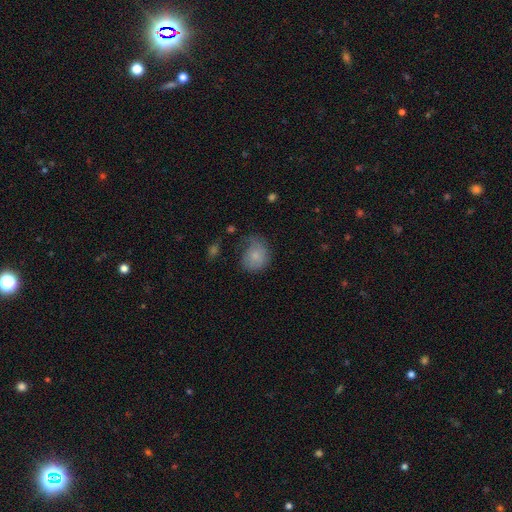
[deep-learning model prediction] A smooth galaxy with no disk features (70%) that is round (63%).

Vote fractions:
- Smooth or featured? smooth: 70% / featured or disk: 21% / star or artifact: 8%
- How rounded? round: 63% / in between: 36% / cigar-shaped: 1%
- Merging? none: 43% / minor disturbance: 31% / major disturbance: 23% / merger: 3%